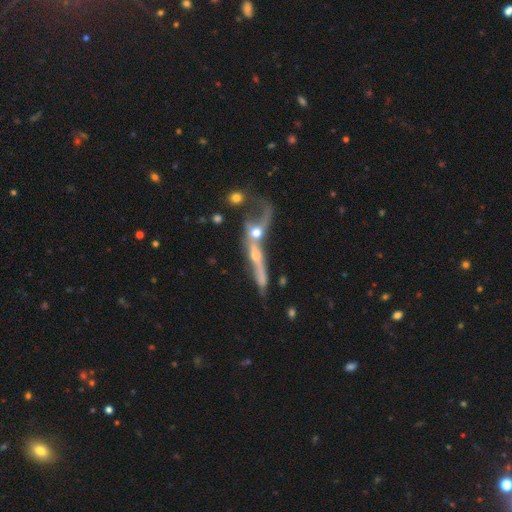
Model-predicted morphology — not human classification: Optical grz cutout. It shows a featured or disk galaxy (66%) viewed edge-on (52%). Merging: merger (63%).